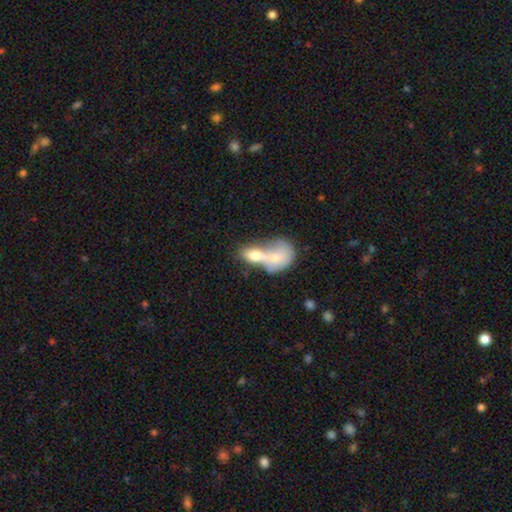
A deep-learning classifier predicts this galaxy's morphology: A smooth galaxy with no disk features (65%) that is in between round and cigar-shaped (72%).

Vote fractions:
- Smooth or featured? smooth: 65% / featured or disk: 27% / star or artifact: 8%
- How rounded? in between: 72% / round: 22% / cigar-shaped: 6%
- Merging? merger: 77% / none: 10% / major disturbance: 7% / minor disturbance: 6%